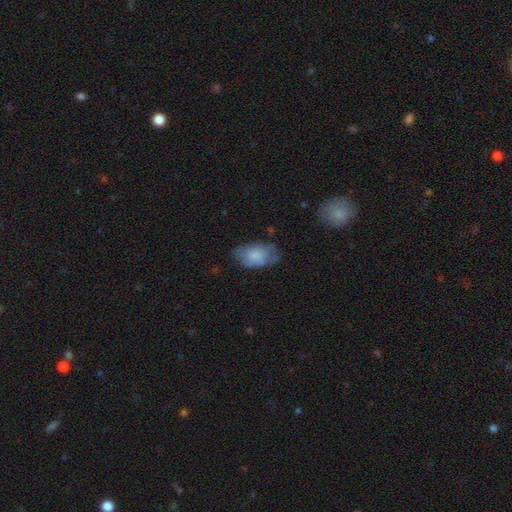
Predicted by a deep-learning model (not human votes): smooth-or-featured: smooth: 76% | featured or disk: 17% | star or artifact: 7%
  how-rounded: in between: 92% | round: 7% | cigar-shaped: 1%
  merging: none: 61% | minor disturbance: 28% | major disturbance: 9% | merger: 2%